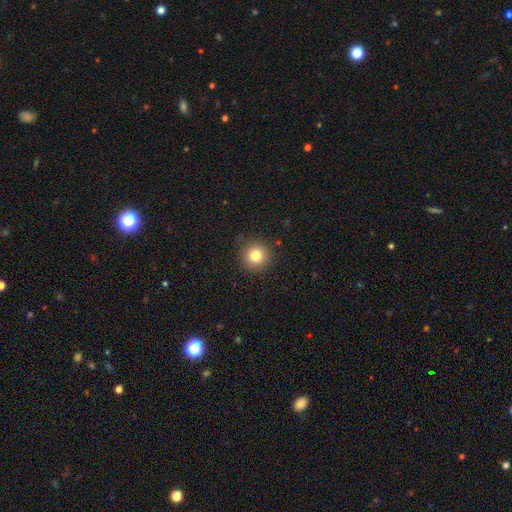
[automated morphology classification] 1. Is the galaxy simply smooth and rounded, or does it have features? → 81% smooth, 12% star or artifact, 7% featured or disk.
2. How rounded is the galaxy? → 95% round, 4% in between, 1% cigar-shaped.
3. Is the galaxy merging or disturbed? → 90% none, 7% minor disturbance, 2% major disturbance, 1% merger.